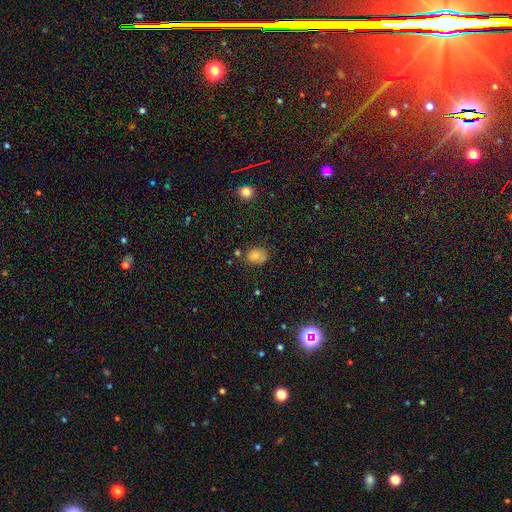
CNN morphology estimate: This is likely a smooth galaxy (78%). How rounded: likely in between (63%). Merging: likely none (65%).